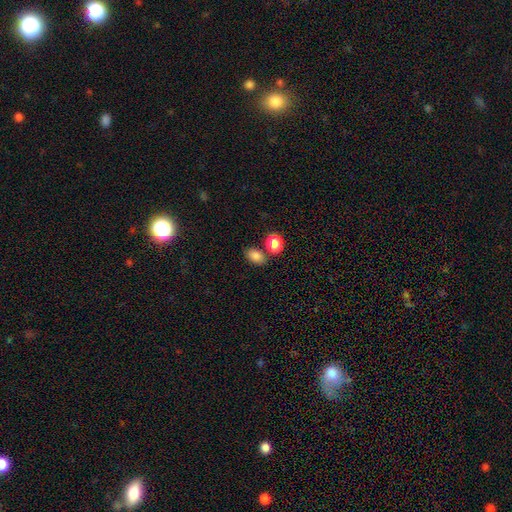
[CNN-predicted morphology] smooth 83%, star or artifact 11%, featured or disk 6%. Down the decision tree: how rounded — in between (78%); merging — none (74%).